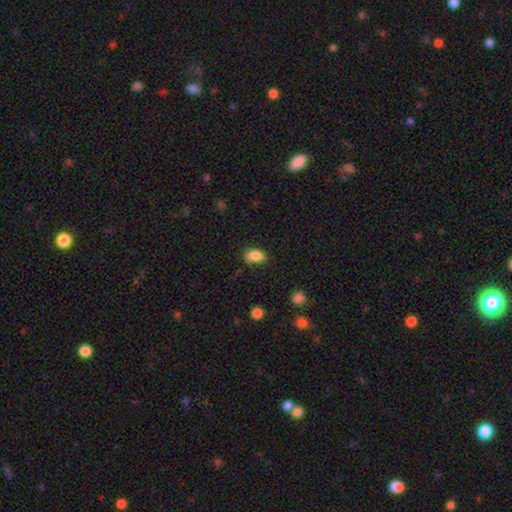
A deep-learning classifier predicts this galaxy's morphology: Smooth or featured? Predicted: smooth (p=0.85). How rounded? Predicted: in between (p=0.88). Merging? Predicted: none (p=0.66).